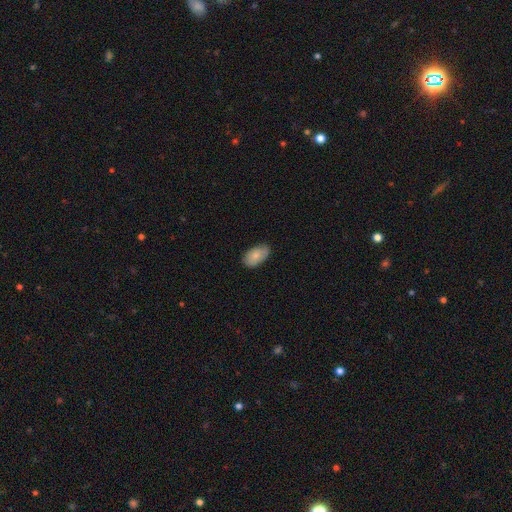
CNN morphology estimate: Q: Smooth or featured?
A: smooth (79%); runner-up: featured or disk (14%)
Q: How rounded?
A: in between (93%); runner-up: round (5%)
Q: Merging?
A: none (79%); runner-up: minor disturbance (18%)